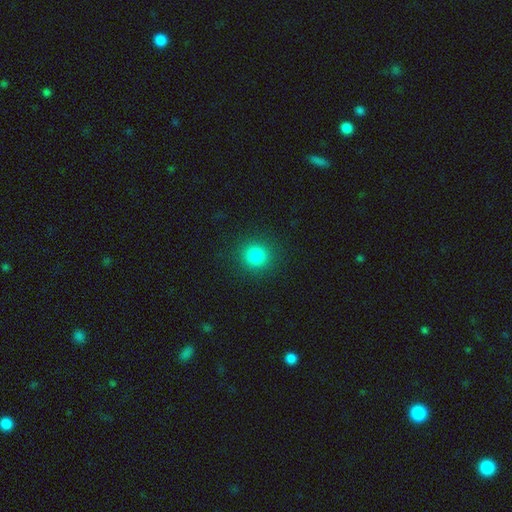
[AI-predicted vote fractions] Smooth or featured? smooth (82%)
How rounded? round (90%)
Merging? none (90%)